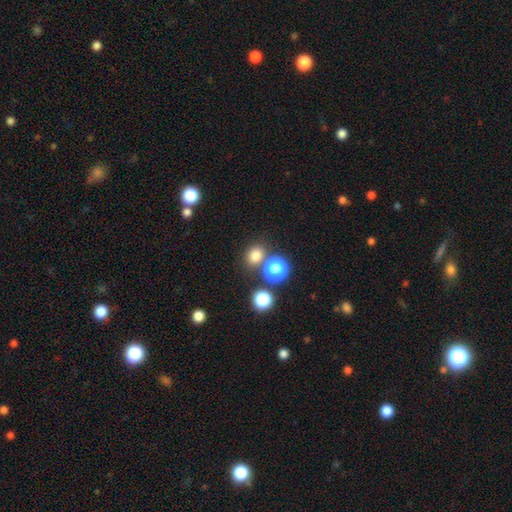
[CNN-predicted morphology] smooth 76%, star or artifact 18%, featured or disk 7%. Down the decision tree: how rounded — round (65%); merging — none (74%).